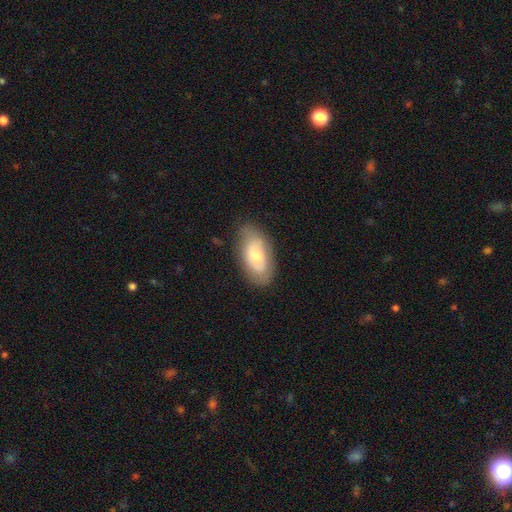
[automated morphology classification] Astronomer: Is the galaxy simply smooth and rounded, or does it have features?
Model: smooth — 52% (runner-up: featured or disk, 42%).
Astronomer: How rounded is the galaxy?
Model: in between — 92%.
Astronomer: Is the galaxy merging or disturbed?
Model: none — 73%.